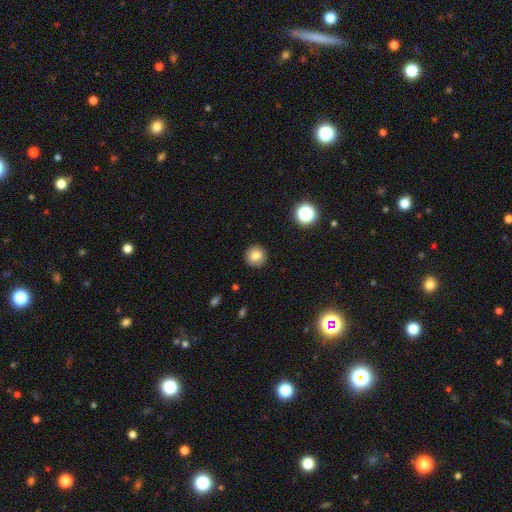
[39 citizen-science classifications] Volunteers were most divided on "smooth or featured": smooth: 85%, star or artifact: 10%, featured or disk: 5%. More confident: merging — none (100%); how rounded — round (97%).